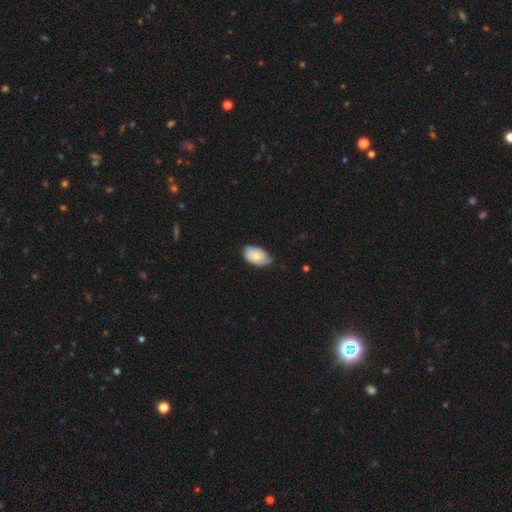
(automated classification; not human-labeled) The model was most divided on "merging": none: 57%, minor disturbance: 37%, major disturbance: 5%, merger: 1%. More confident: how rounded — in between (90%); smooth or featured — smooth (69%).